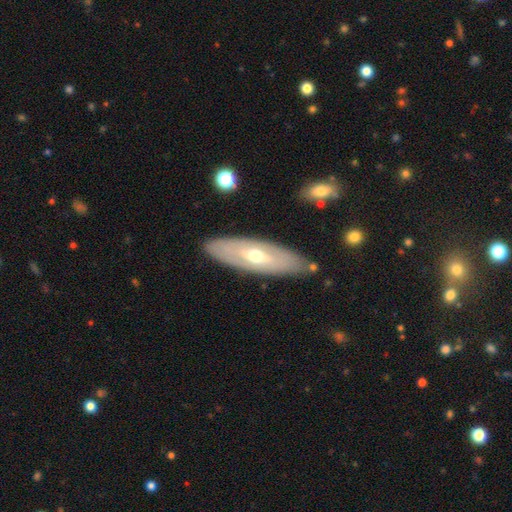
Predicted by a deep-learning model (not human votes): The model was most divided on "smooth or featured": featured or disk: 64%, smooth: 31%, star or artifact: 5%. More confident: merging — none (84%); edge-on disk — no (70%).